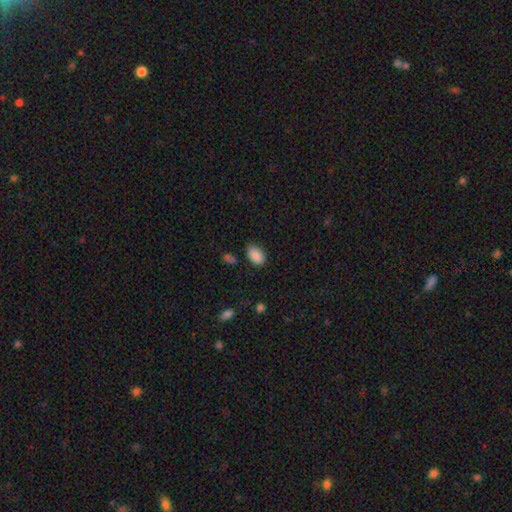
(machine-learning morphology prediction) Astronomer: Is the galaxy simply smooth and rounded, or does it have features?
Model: smooth — 88%.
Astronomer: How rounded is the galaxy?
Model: in between — 91%.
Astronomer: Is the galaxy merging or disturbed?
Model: none — 75%.